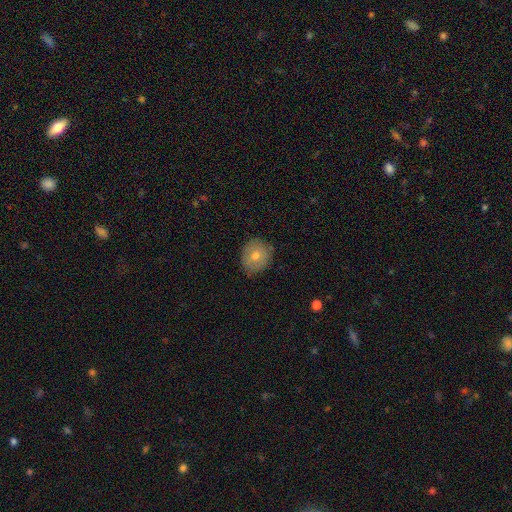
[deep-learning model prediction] The model was most divided on "smooth or featured": smooth: 67%, featured or disk: 23%, star or artifact: 10%. More confident: merging — none (85%); how rounded — round (76%).